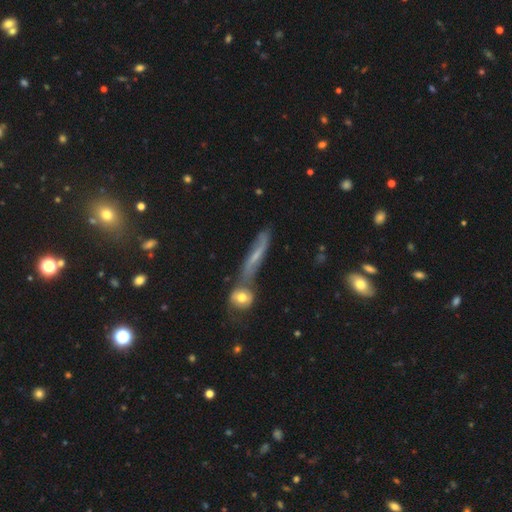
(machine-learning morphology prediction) A featured or disk galaxy (56%) viewed edge-on (54%).

Vote fractions:
- Smooth or featured? featured or disk: 56% / smooth: 34% / star or artifact: 10%
- Edge-on disk? yes: 54% / no: 46%
- Merging? none: 54% / merger: 20% / minor disturbance: 19% / major disturbance: 7%